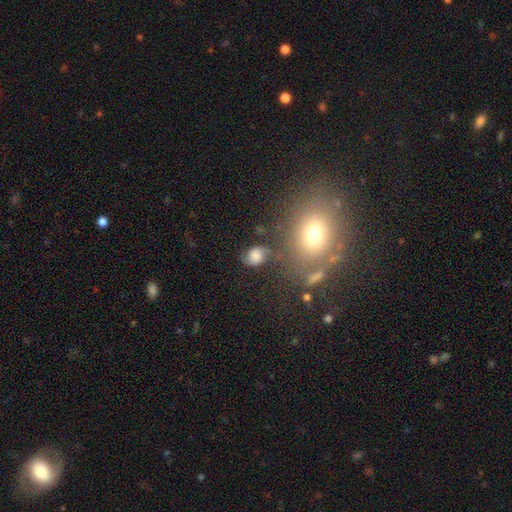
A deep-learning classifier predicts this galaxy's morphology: type=smooth (62%); roundness=in between (50%); merging=none (64%).